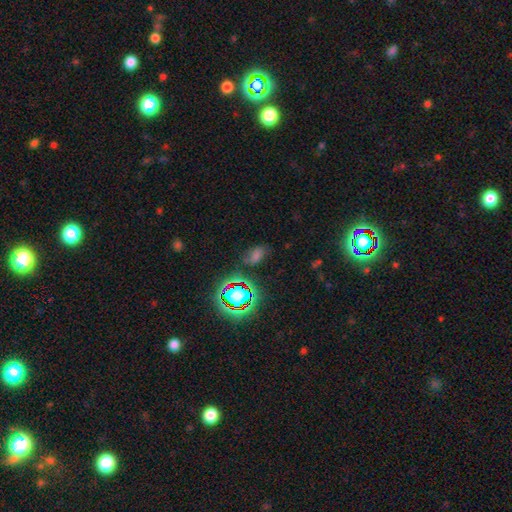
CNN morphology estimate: A star or artifact, not a galaxy (44%).